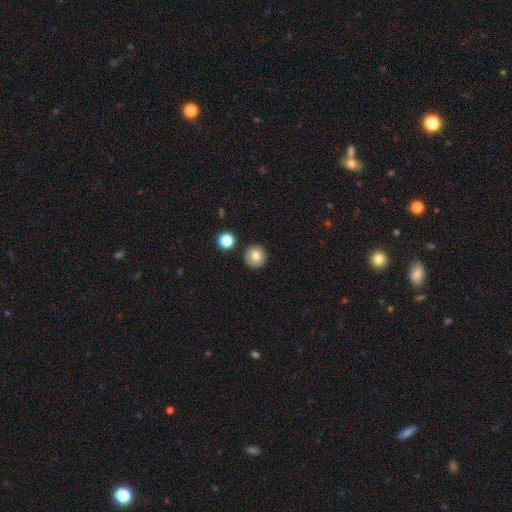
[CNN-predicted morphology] Smooth or featured? smooth (77%)
How rounded? round (95%)
Merging? none (89%)